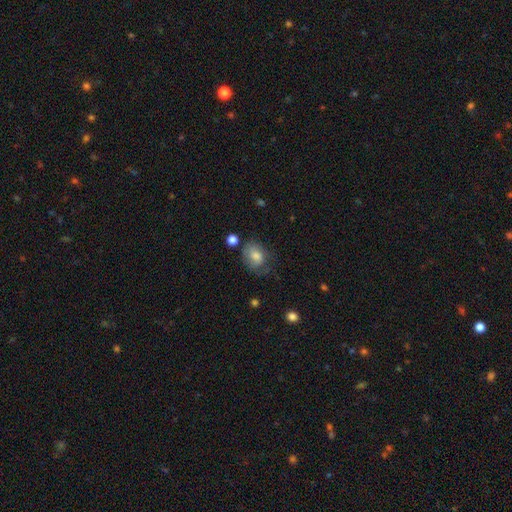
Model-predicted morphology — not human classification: smooth-or-featured: smooth: 68% | featured or disk: 21% | star or artifact: 11%
  how-rounded: in between: 62% | round: 37% | cigar-shaped: 1%
  merging: none: 53% | minor disturbance: 28% | major disturbance: 15% | merger: 4%